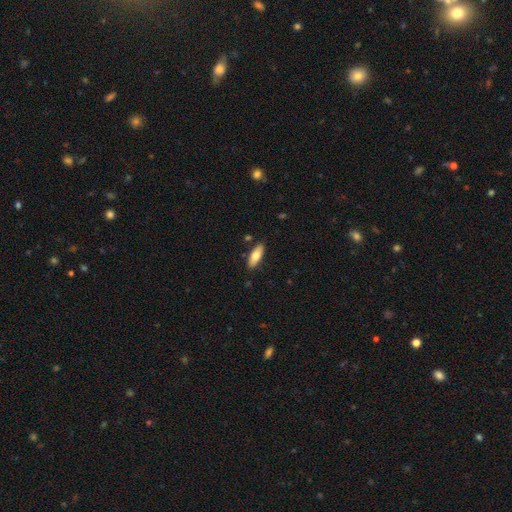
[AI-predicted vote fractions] smooth_or_featured: smooth (p=0.72) [alt: featured or disk p=0.22]
how_rounded: in between (p=0.69) [alt: cigar-shaped p=0.29]
merging: none (p=0.87) [alt: minor disturbance p=0.09]